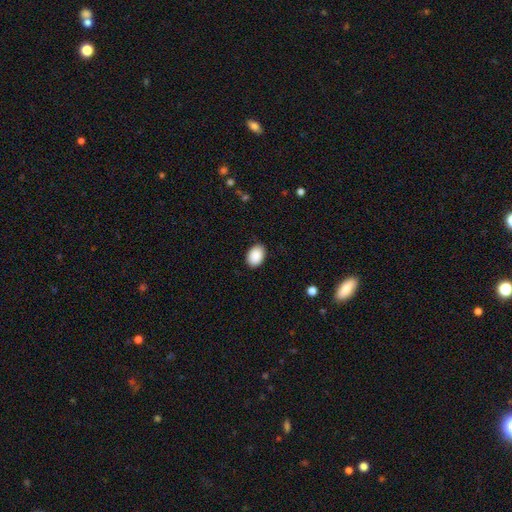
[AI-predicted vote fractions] Overall: smooth (91%). How rounded: in between (83%). Merging: none (87%).